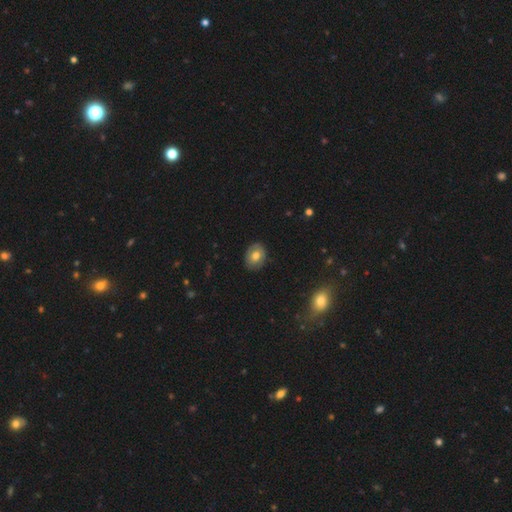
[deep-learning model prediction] A smooth galaxy with no disk features (69%) that is in between round and cigar-shaped (59%). Merging: none (86%).